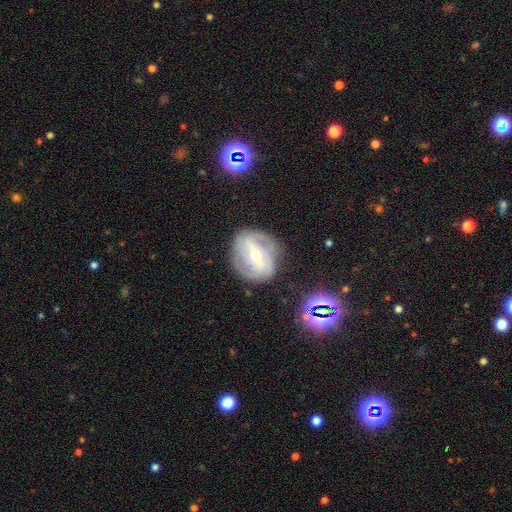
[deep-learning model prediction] This is likely a featured or disk galaxy (78%). It is clearly not viewed edge-on (96%). Bar: marginally weak (40%). Spiral arm pattern: clearly yes (83%). Spiral arm count: possibly 2 (45%). Spiral winding: possibly tight (50%). Central bulge: possibly moderate (58%). Merging: likely none (76%).